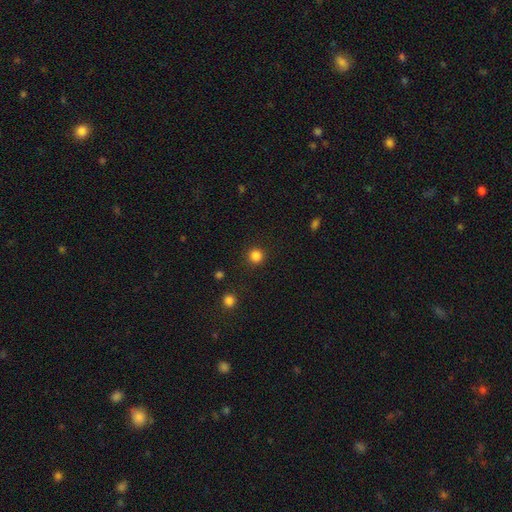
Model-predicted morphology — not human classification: This appears to be a smooth galaxy with no disk features (84%) that is round (94%). Merging: none (91%).